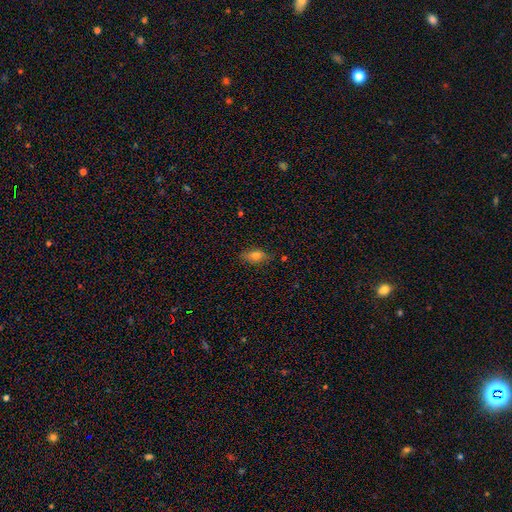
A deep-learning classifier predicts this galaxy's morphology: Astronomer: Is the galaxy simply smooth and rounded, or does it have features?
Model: smooth — 74%.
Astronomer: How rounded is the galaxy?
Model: in between — 84%.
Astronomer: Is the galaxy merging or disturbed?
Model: none — 79%.